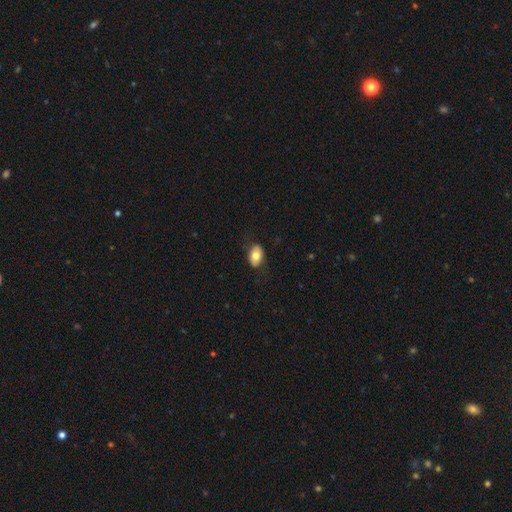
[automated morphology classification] The model was most divided on "smooth or featured": smooth: 77%, featured or disk: 16%, star or artifact: 7%. More confident: how rounded — in between (89%); merging — none (82%).